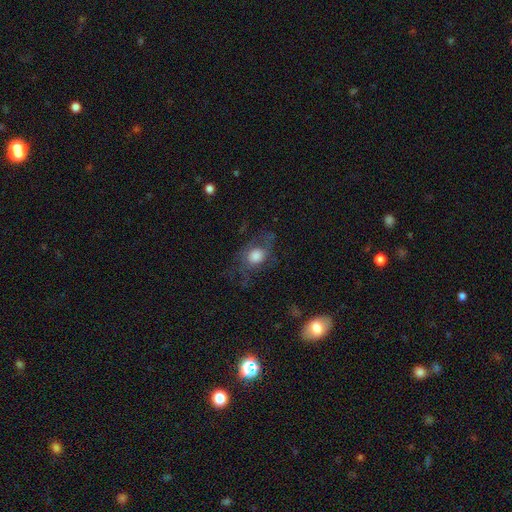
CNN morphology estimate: smooth-or-featured: smooth: 51% | featured or disk: 38% | star or artifact: 11%
  how-rounded: round: 54% | in between: 44% | cigar-shaped: 2%
  merging: none: 48% | major disturbance: 29% | minor disturbance: 21% | merger: 2%